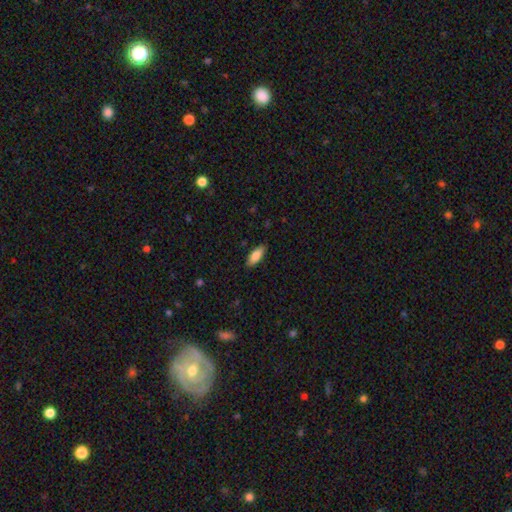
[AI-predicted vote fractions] The model was most divided on "how rounded": in between: 73%, cigar-shaped: 25%, round: 2%. More confident: merging — none (87%); smooth or featured — smooth (80%).